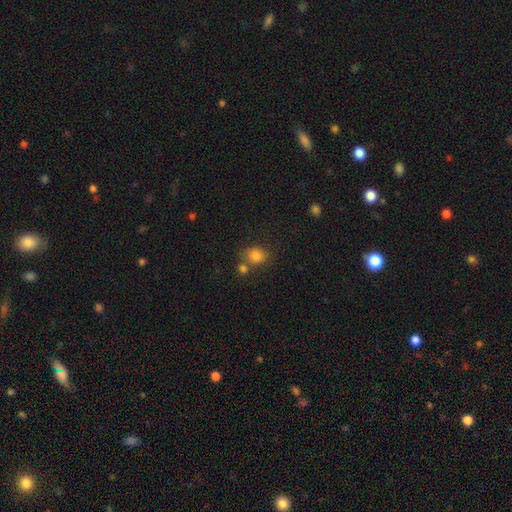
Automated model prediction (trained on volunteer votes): This appears to be a smooth galaxy with no disk features (82%) that is round (66%). Merging: none (60%).